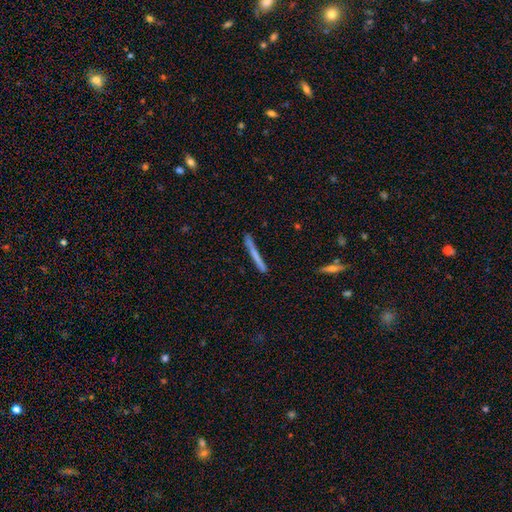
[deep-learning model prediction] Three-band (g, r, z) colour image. It shows a smooth galaxy with no disk features (59%) that is cigar-shaped (97%). Merging: none (83%).